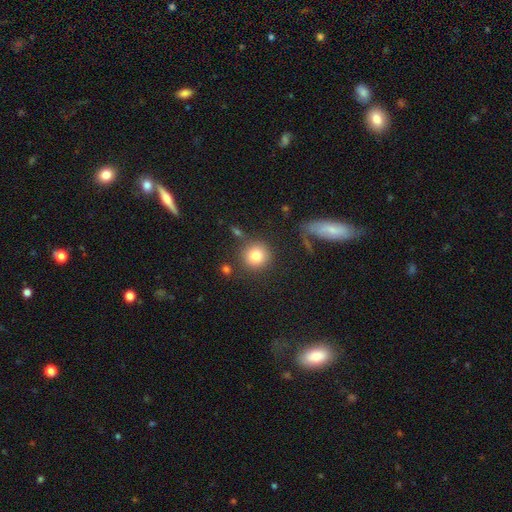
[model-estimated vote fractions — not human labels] Smooth or featured? Predicted: smooth (p=0.82). How rounded? Predicted: round (p=0.92). Merging? Predicted: none (p=0.80).